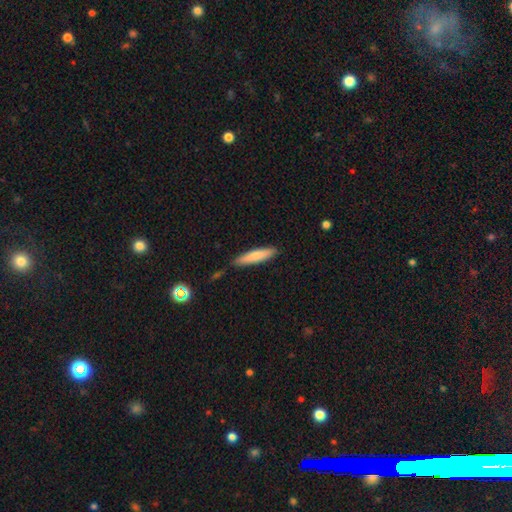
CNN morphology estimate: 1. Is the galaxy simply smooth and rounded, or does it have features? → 77% smooth, 17% featured or disk, 6% star or artifact.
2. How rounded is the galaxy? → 84% cigar-shaped, 15% in between, 1% round.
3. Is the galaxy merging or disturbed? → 79% none, 14% minor disturbance, 4% merger, 3% major disturbance.